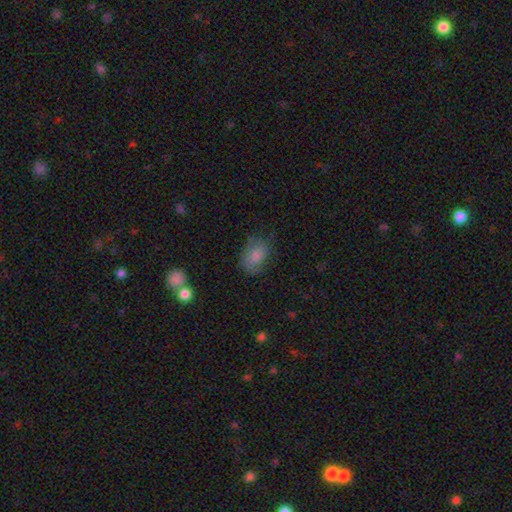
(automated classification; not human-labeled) Overall: smooth (78%). How rounded: in between (82%). Merging: none (61%; minor disturbance 26%).